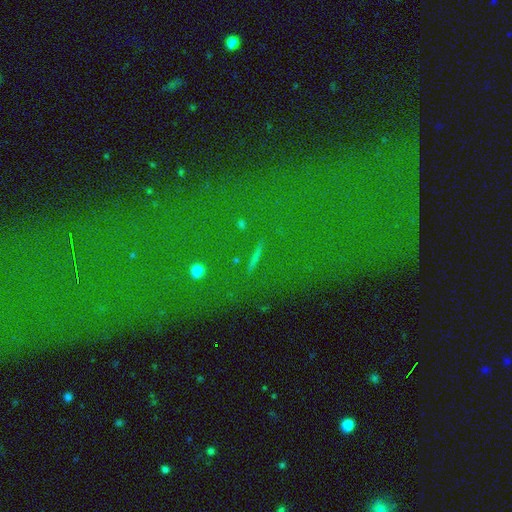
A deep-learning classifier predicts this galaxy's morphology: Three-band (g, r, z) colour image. It shows a star or artifact, not a galaxy (76%).